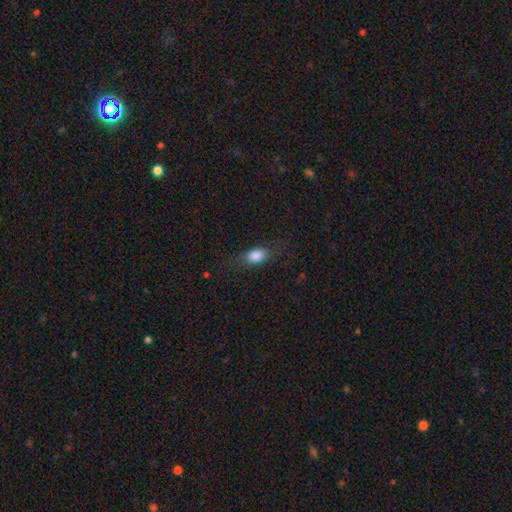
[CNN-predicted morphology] A smooth galaxy with no disk features (82%) that is in between round and cigar-shaped (81%).

Vote fractions:
- Smooth or featured? smooth: 82% / featured or disk: 9% / star or artifact: 9%
- How rounded? in between: 81% / round: 11% / cigar-shaped: 8%
- Merging? none: 73% / minor disturbance: 18% / major disturbance: 9% / merger: 1%